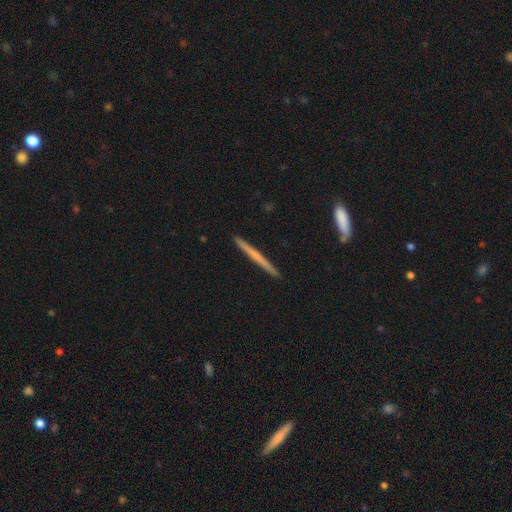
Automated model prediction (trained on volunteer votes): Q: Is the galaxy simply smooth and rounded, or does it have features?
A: smooth — 48%.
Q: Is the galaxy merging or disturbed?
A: none — 92%.